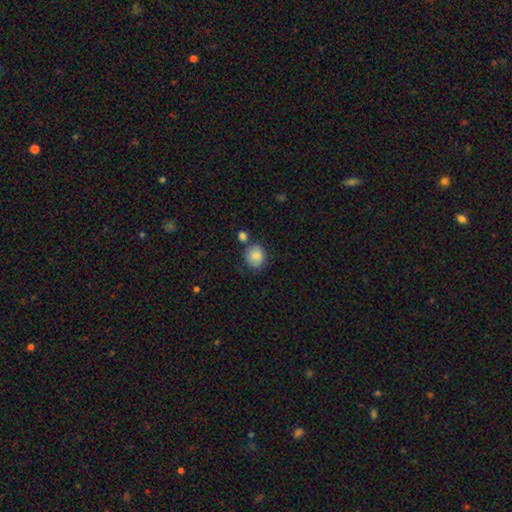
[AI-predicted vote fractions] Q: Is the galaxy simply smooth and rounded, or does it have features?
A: smooth — 86%.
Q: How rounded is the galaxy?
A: round — 77%.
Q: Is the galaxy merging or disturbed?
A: none — 70%.